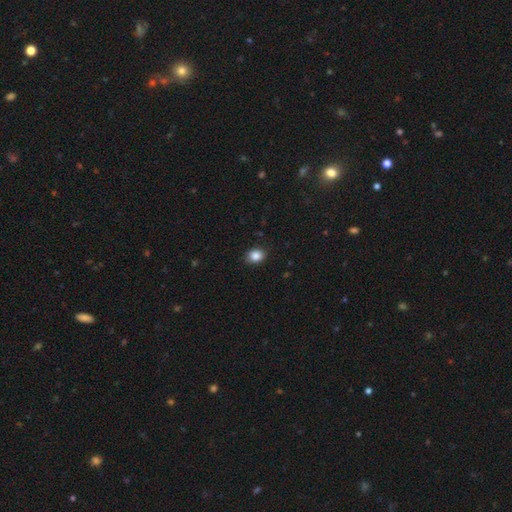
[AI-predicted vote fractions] smooth_or_featured: smooth (p=0.86) [alt: star or artifact p=0.09]
how_rounded: in between (p=0.55) [alt: round p=0.44]
merging: none (p=0.87) [alt: minor disturbance p=0.10]